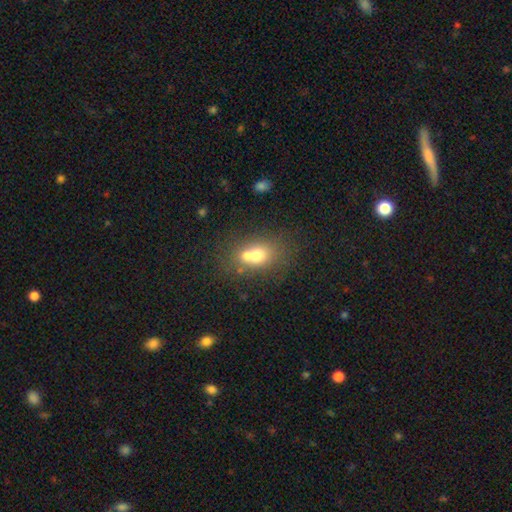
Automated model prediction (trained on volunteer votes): The model was most divided on "merging": merger: 52%, none: 35%, minor disturbance: 9%, major disturbance: 5%. More confident: smooth or featured — smooth (65%); how rounded — in between (60%).